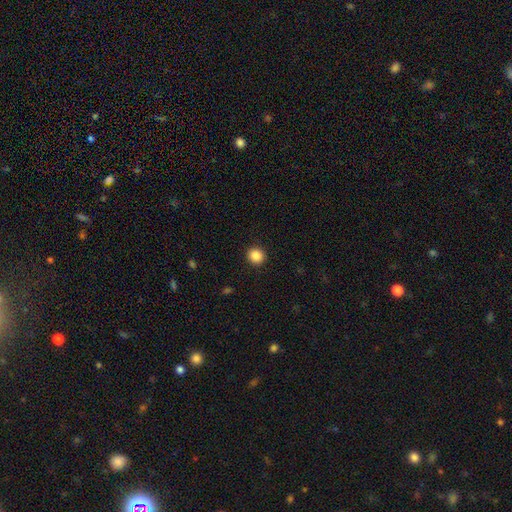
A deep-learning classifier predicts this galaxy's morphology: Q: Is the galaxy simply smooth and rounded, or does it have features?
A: smooth — 87%.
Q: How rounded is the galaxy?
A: round — 86%.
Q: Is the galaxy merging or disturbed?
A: none — 92%.